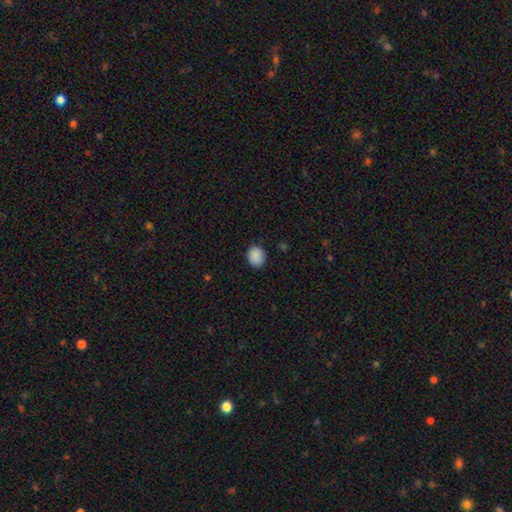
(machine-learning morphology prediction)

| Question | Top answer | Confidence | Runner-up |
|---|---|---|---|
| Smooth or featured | smooth | 88% | star or artifact (8%) |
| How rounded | round | 66% | in between (33%) |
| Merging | none | 82% | minor disturbance (14%) |